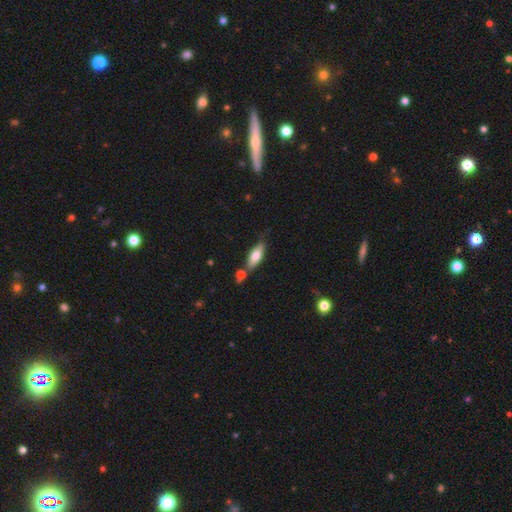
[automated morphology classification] Q: Smooth or featured?
A: smooth (68%); runner-up: featured or disk (25%)
Q: How rounded?
A: in between (60%); runner-up: cigar-shaped (38%)
Q: Merging?
A: none (65%); runner-up: merger (16%)